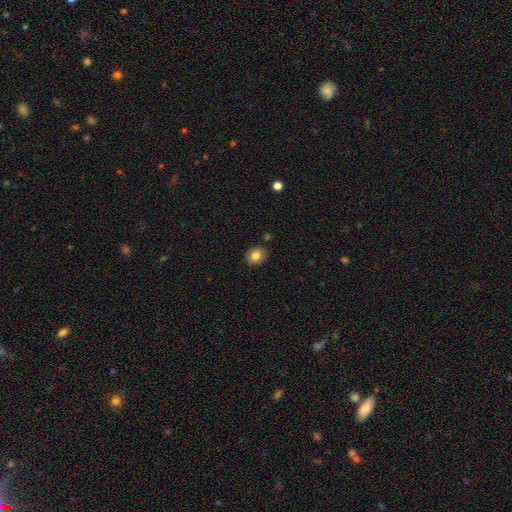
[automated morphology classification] Smooth or featured? smooth (81%)
How rounded? round (52%)
Merging? none (87%)